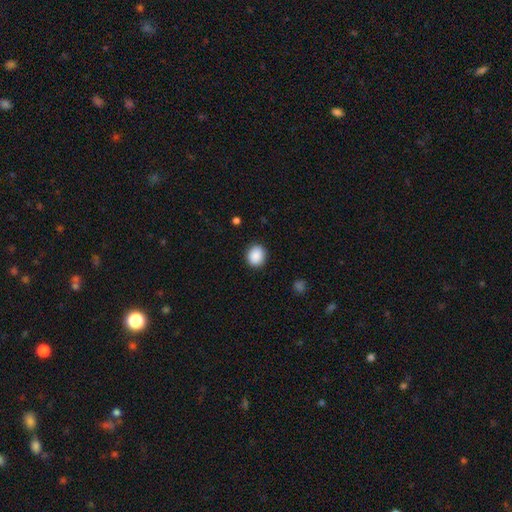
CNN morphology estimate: smooth-or-featured: smooth: 90% | star or artifact: 8% | featured or disk: 3%
  how-rounded: round: 71% | in between: 28% | cigar-shaped: 1%
  merging: none: 89% | minor disturbance: 8% | major disturbance: 2% | merger: 1%